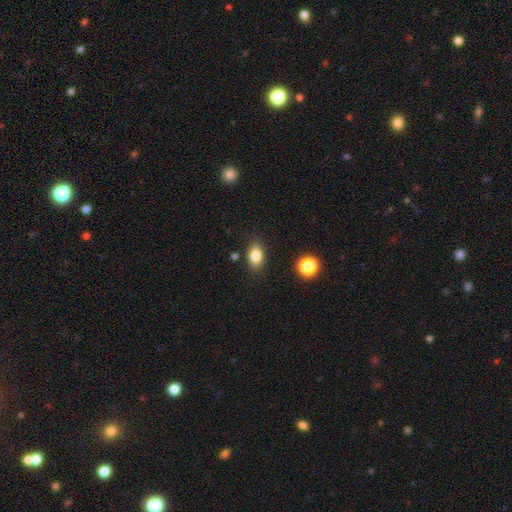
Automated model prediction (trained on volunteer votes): smooth-or-featured: smooth: 83% | star or artifact: 9% | featured or disk: 7%
  how-rounded: in between: 84% | round: 14% | cigar-shaped: 3%
  merging: none: 83% | minor disturbance: 11% | merger: 3% | major disturbance: 3%